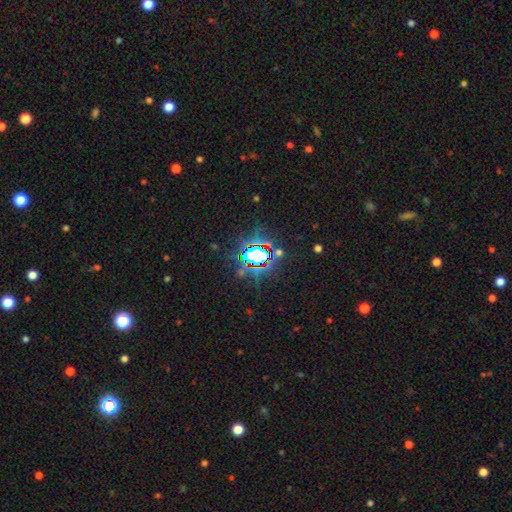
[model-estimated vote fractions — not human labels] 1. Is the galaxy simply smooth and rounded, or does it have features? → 74% star or artifact, 15% smooth, 11% featured or disk.